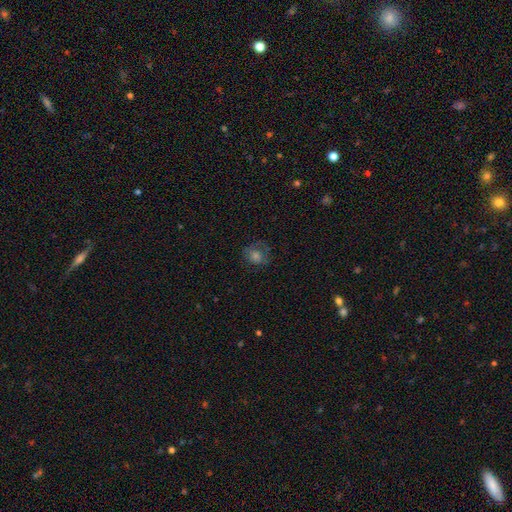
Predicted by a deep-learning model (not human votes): Q: Smooth or featured?
A: smooth (52%); runner-up: featured or disk (28%)
Q: How rounded?
A: round (73%); runner-up: in between (26%)
Q: Merging?
A: none (68%); runner-up: minor disturbance (18%)